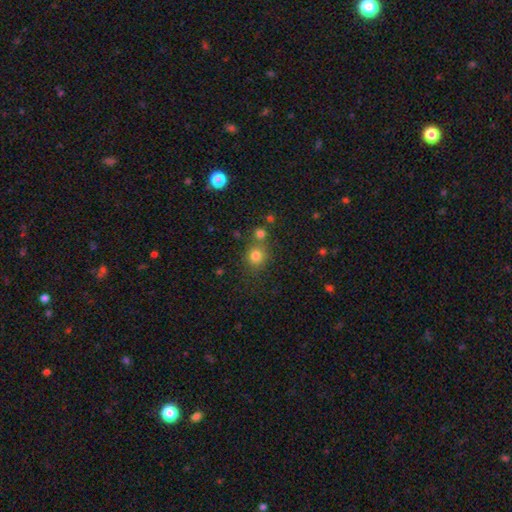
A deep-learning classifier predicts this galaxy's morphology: type=smooth (79%); roundness=round (87%); merging=none (69%).